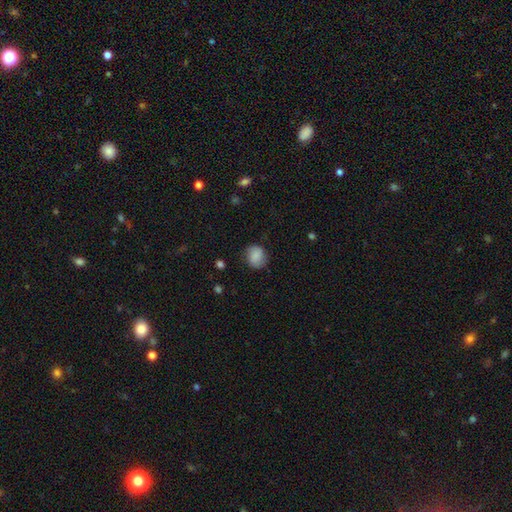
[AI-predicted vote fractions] Smooth or featured: smooth — 82% (featured or disk — 10%)
How rounded: round — 73% (in between — 26%)
Merging: none — 79% (minor disturbance — 16%)